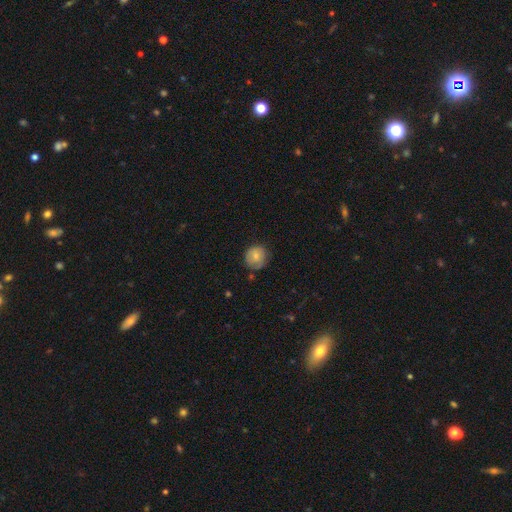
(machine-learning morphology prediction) smooth_or_featured: smooth (p=0.78) [alt: featured or disk p=0.14]
how_rounded: round (p=0.89) [alt: in between p=0.10]
merging: none (p=0.71) [alt: minor disturbance p=0.22]